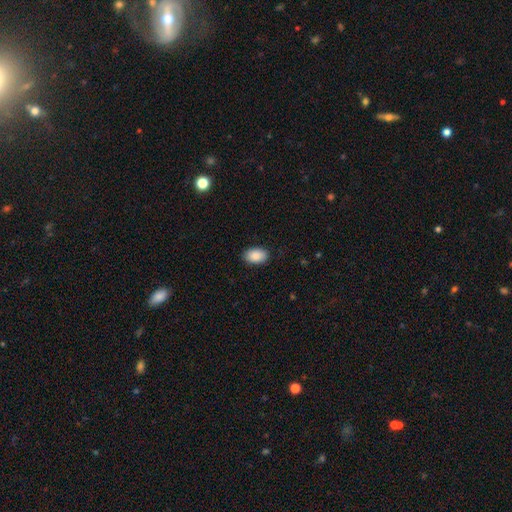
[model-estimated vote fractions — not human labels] smooth 90%, star or artifact 7%, featured or disk 3%. Down the decision tree: how rounded — in between (90%); merging — none (88%).